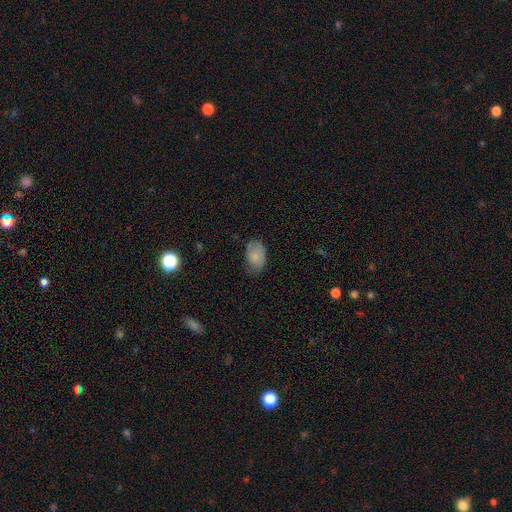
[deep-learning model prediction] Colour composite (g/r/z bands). It shows a smooth galaxy with no disk features (80%) that is in between round and cigar-shaped (87%). Merging: none (65%).